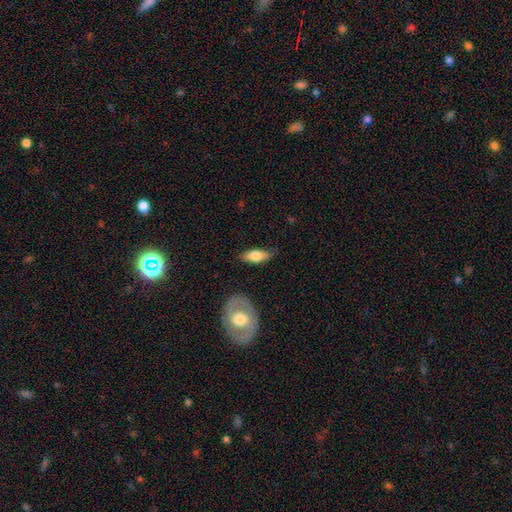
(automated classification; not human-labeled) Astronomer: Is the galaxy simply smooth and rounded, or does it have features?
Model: smooth — 69%.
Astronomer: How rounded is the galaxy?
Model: in between — 73%.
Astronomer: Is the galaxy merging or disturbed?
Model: none — 81%.